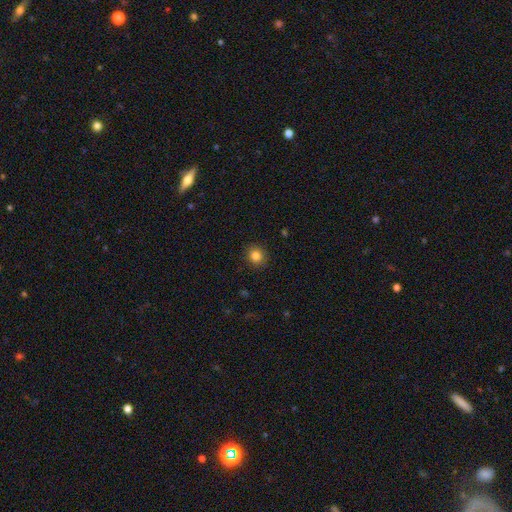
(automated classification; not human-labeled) smooth 84%, star or artifact 11%, featured or disk 5%. Down the decision tree: how rounded — round (83%); merging — none (90%).